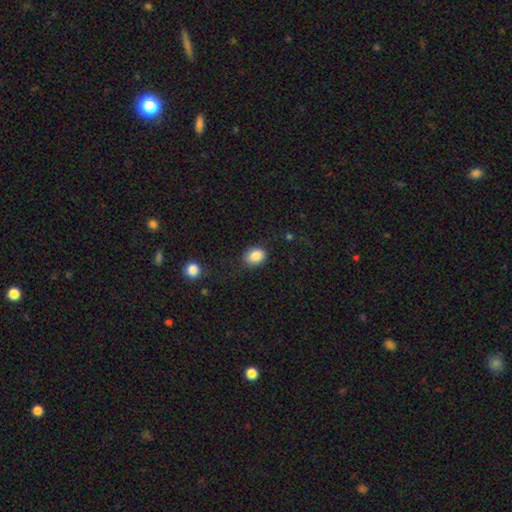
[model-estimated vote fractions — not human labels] Q: Smooth or featured?
A: smooth (87%); runner-up: star or artifact (8%)
Q: How rounded?
A: in between (58%); runner-up: round (41%)
Q: Merging?
A: none (82%); runner-up: minor disturbance (12%)